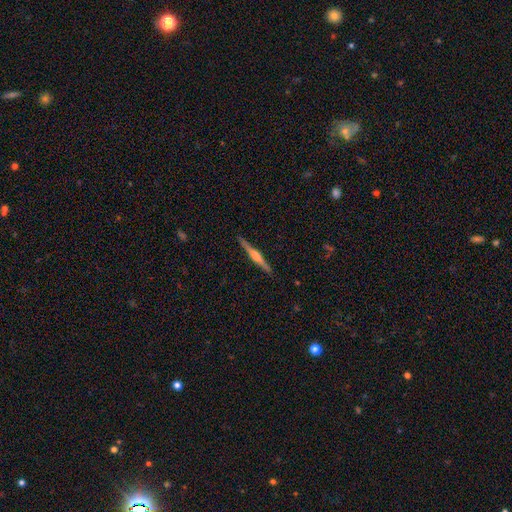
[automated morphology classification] This is likely a featured or disk galaxy (72%). It is clearly viewed edge-on (98%). Edge-on bulge: likely rounded (71%). Merging: clearly none (91%).